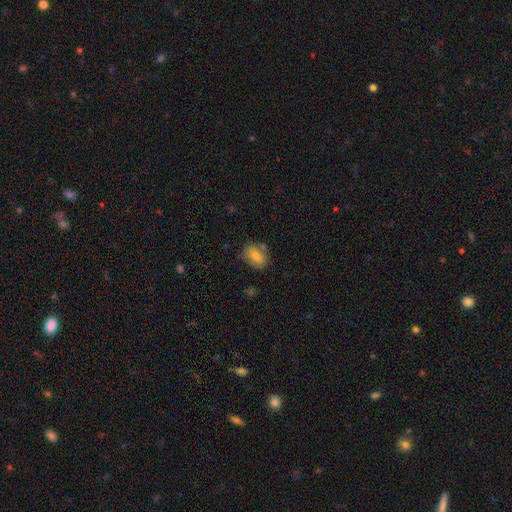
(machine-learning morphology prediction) Smooth or featured: smooth — 71% (featured or disk — 19%)
How rounded: in between — 70% (round — 28%)
Merging: none — 75% (minor disturbance — 16%)